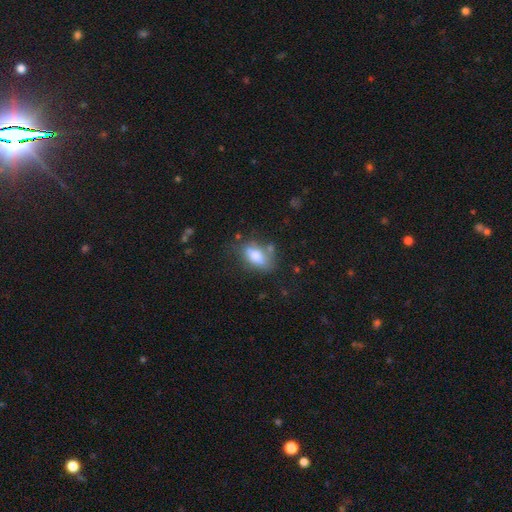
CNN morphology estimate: Smooth or featured? Predicted: smooth (p=0.76). How rounded? Predicted: in between (p=0.88). Merging? Predicted: none (p=0.57).